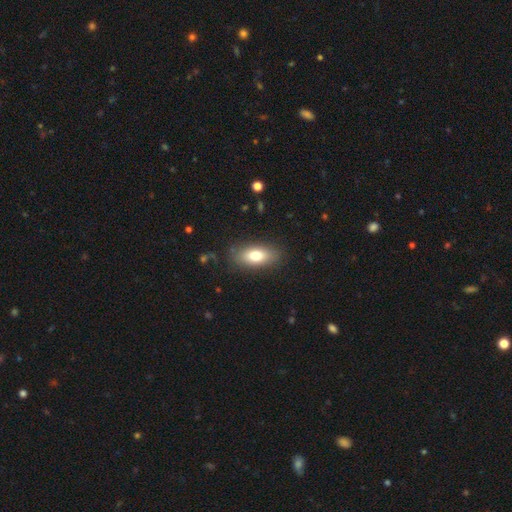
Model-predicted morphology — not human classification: This appears to be a smooth galaxy with no disk features (76%) that is in between round and cigar-shaped (84%). Merging: none (85%).